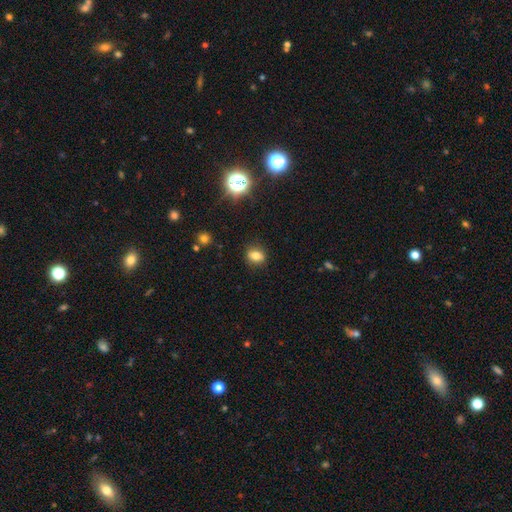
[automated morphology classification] Q: Smooth or featured?
A: smooth (75%); runner-up: star or artifact (14%)
Q: How rounded?
A: in between (57%); runner-up: round (40%)
Q: Merging?
A: none (85%); runner-up: minor disturbance (10%)